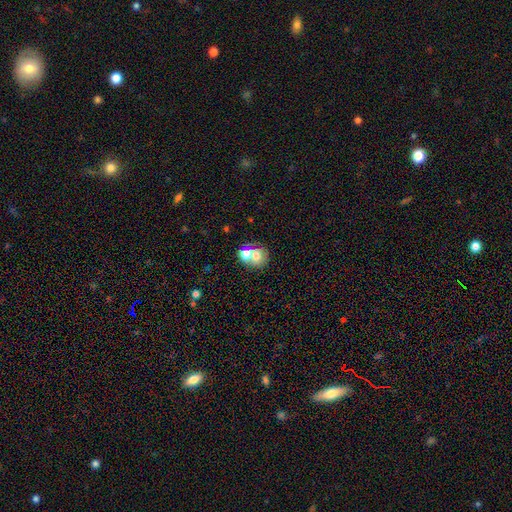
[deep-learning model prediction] The model was most divided on "merging": merger: 46%, none: 40%, minor disturbance: 9%, major disturbance: 5%. More confident: how rounded — round (67%); smooth or featured — smooth (65%).